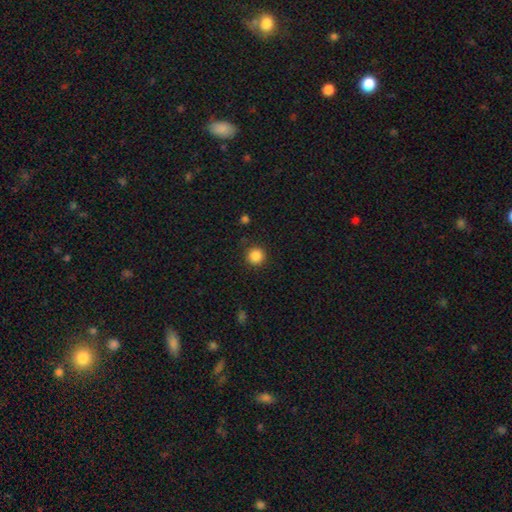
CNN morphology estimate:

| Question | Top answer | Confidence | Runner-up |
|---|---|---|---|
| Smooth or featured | smooth | 86% | star or artifact (10%) |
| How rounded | round | 95% | in between (4%) |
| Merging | none | 90% | minor disturbance (6%) |